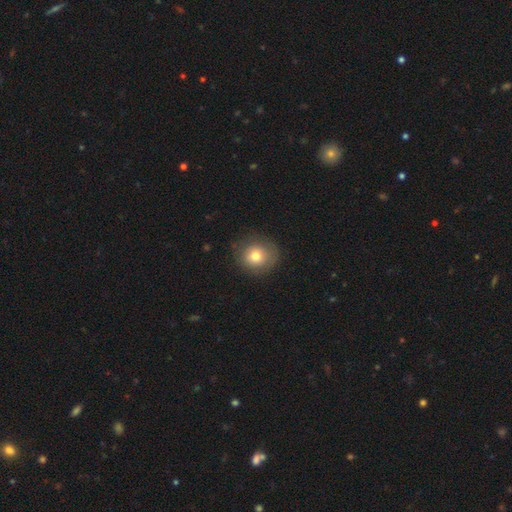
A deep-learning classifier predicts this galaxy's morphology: This appears to be a smooth galaxy with no disk features (76%) that is round (87%). Merging: none (84%).